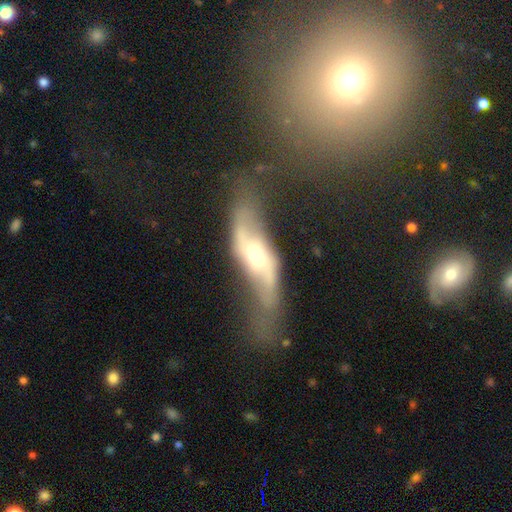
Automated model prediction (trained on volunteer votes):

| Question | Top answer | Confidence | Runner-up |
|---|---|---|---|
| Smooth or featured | featured or disk | 78% | smooth (16%) |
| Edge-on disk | no | 82% | yes (18%) |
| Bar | no | 39% | weak (36%) |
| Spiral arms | yes | 86% | no (14%) |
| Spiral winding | loose | 79% | medium (16%) |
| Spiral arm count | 2 | 90% | can't tell (5%) |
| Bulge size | moderate | 66% | small (21%) |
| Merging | none | 46% | major disturbance (24%) |